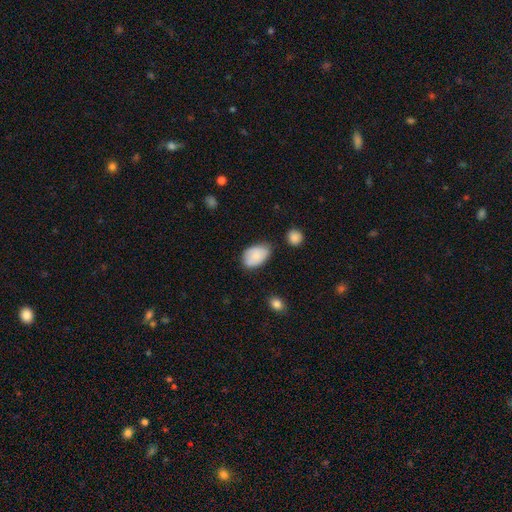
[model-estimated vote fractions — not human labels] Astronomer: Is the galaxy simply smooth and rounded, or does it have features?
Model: smooth — 84%.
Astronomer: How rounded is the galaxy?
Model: in between — 89%.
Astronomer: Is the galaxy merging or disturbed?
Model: none — 64%.